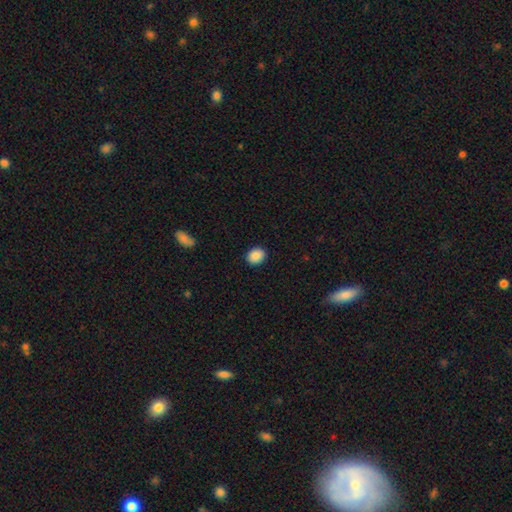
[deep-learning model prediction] Smooth or featured? smooth (89%)
How rounded? round (56%)
Merging? none (91%)